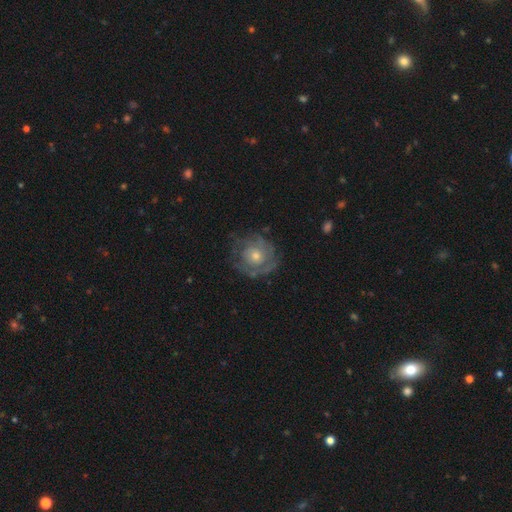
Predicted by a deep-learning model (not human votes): Smooth or featured: featured or disk — 68% (smooth — 24%)
Edge-on disk: no — 97% (yes — 3%)
Bar: no — 85% (weak — 13%)
Spiral arms: yes — 71% (no — 29%)
Bulge size: moderate — 50% (small — 44%)
Merging: none — 71% (minor disturbance — 18%)